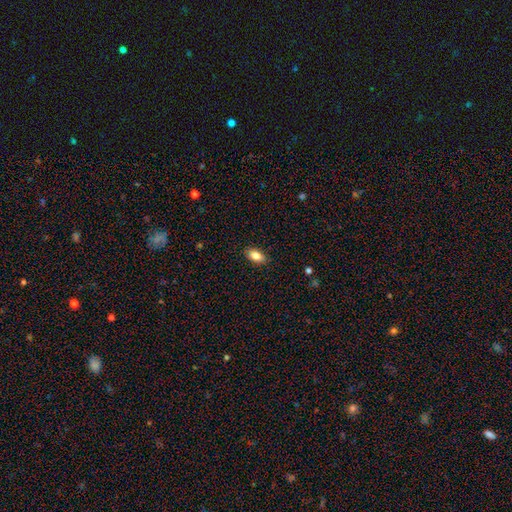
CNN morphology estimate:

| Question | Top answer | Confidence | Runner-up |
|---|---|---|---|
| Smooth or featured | smooth | 83% | featured or disk (9%) |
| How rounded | in between | 90% | round (5%) |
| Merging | none | 88% | minor disturbance (9%) |